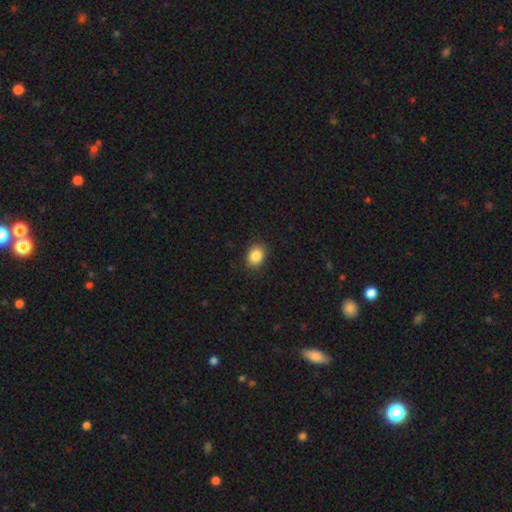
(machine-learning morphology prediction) Smooth or featured? Predicted: smooth (p=0.86). How rounded? Predicted: in between (p=0.57). Merging? Predicted: none (p=0.89).